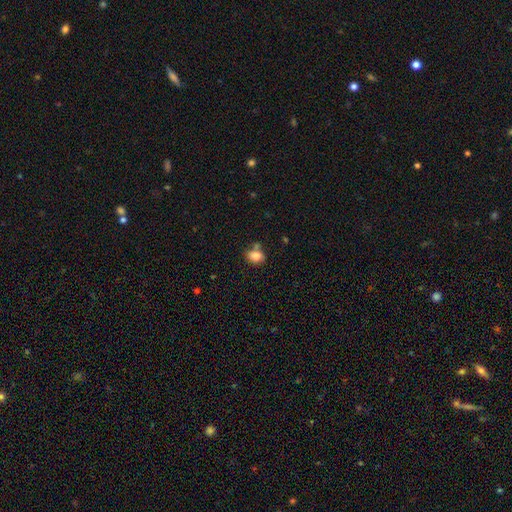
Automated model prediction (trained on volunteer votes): Smooth or featured? smooth (82%)
How rounded? in between (59%)
Merging? none (59%)